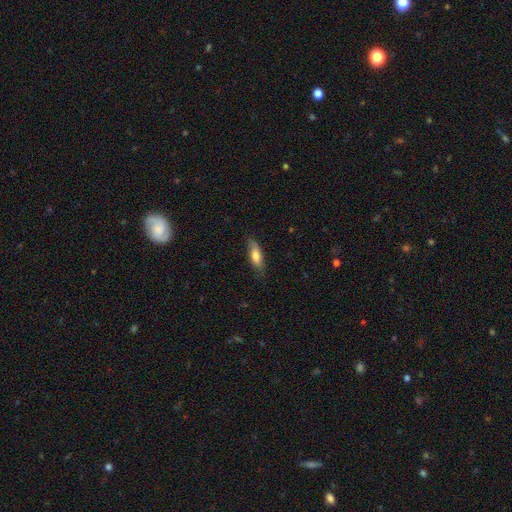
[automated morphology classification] This appears to be a smooth galaxy with no disk features (73%) that is in between round and cigar-shaped (60%). Merging: none (75%).